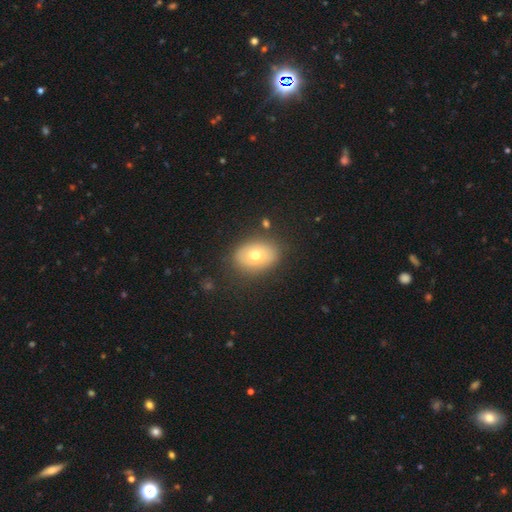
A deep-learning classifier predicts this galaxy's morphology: Smooth or featured?
  - smooth: 67% *
  - featured or disk: 24%
  - star or artifact: 9%
How rounded?
  - in between: 71% *
  - round: 28%
  - cigar-shaped: 1%
Merging?
  - none: 82% *
  - minor disturbance: 12%
  - major disturbance: 4%
  - merger: 2%